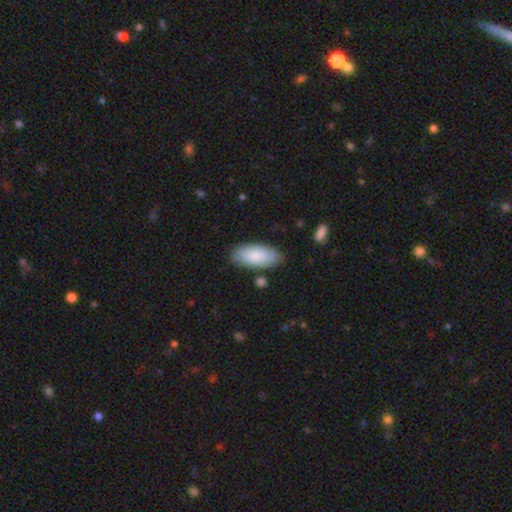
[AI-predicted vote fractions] Smooth or featured? smooth (81%)
How rounded? in between (89%)
Merging? none (80%)